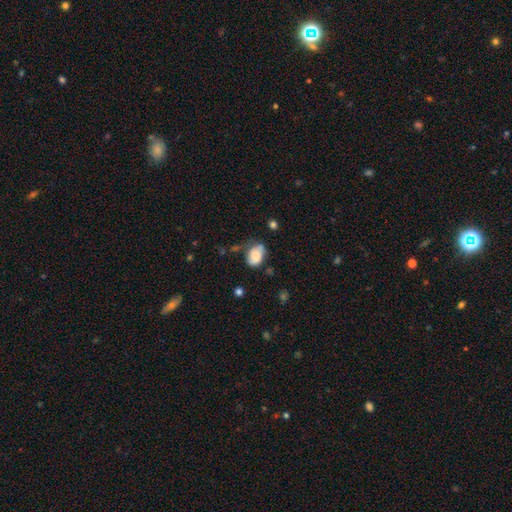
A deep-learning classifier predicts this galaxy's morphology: Smooth or featured? Predicted: smooth (p=0.74). How rounded? Predicted: in between (p=0.79). Merging? Predicted: none (p=0.51).